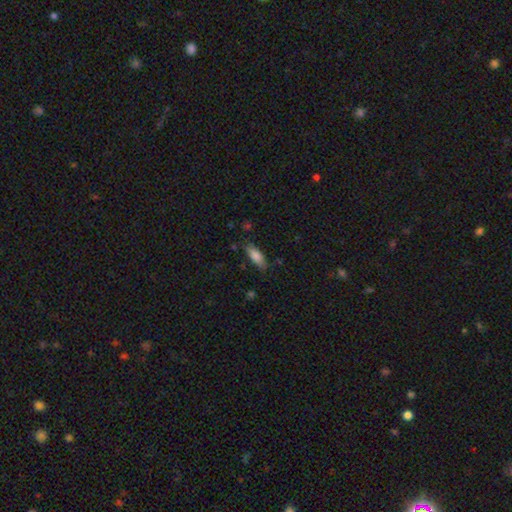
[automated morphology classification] smooth 83%, featured or disk 10%, star or artifact 7%. Down the decision tree: how rounded — in between (68%); merging — none (78%).